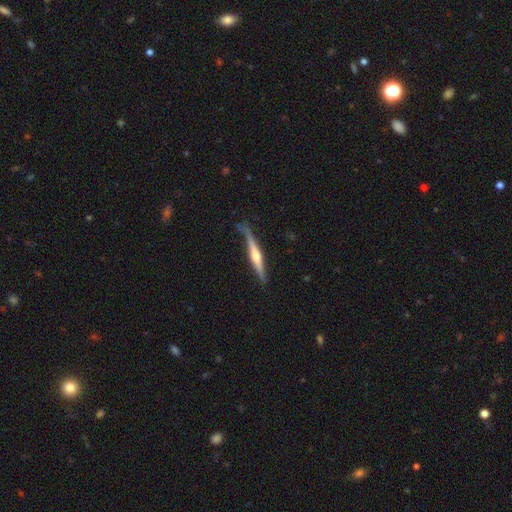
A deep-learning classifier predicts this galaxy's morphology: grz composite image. It shows a featured or disk galaxy (71%) viewed edge-on (97%) with a rounded central bulge (85%). Merging: none (76%).